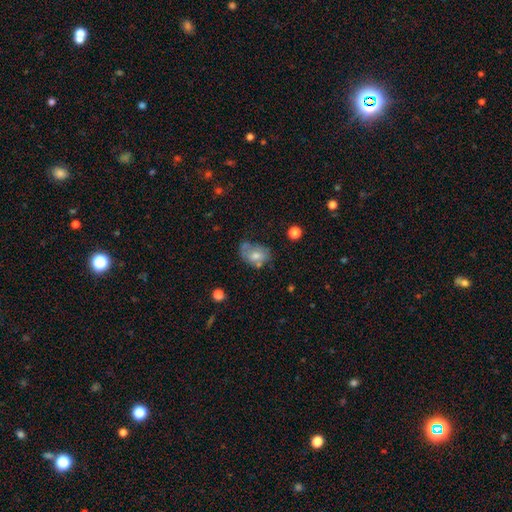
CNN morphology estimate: A smooth galaxy with no disk features (55%) that is in between round and cigar-shaped (71%).

Vote fractions:
- Smooth or featured? smooth: 55% / featured or disk: 34% / star or artifact: 11%
- How rounded? in between: 71% / round: 27% / cigar-shaped: 1%
- Merging? none: 44% / minor disturbance: 31% / major disturbance: 15% / merger: 9%